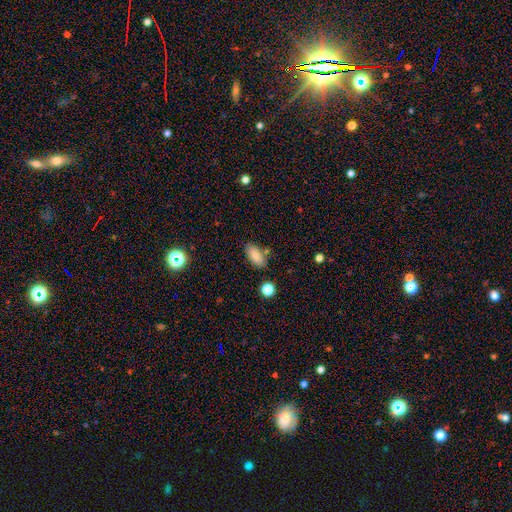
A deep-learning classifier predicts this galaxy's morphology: smooth-or-featured: smooth: 80% | featured or disk: 12% | star or artifact: 9%
  how-rounded: in between: 91% | cigar-shaped: 5% | round: 4%
  merging: none: 77% | minor disturbance: 14% | merger: 6% | major disturbance: 3%